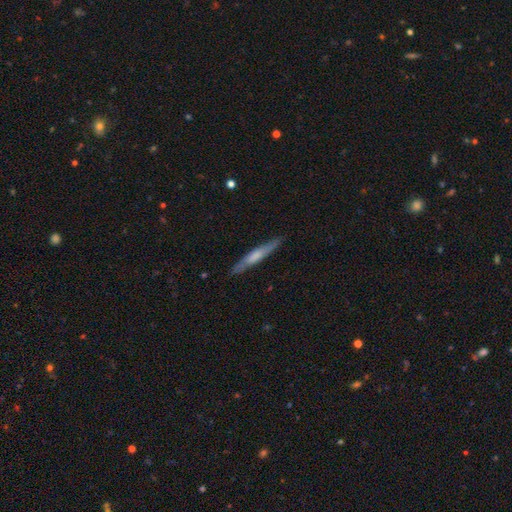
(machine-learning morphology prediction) smooth 49%, featured or disk 46%, star or artifact 5%. Down the decision tree: merging — none (88%).